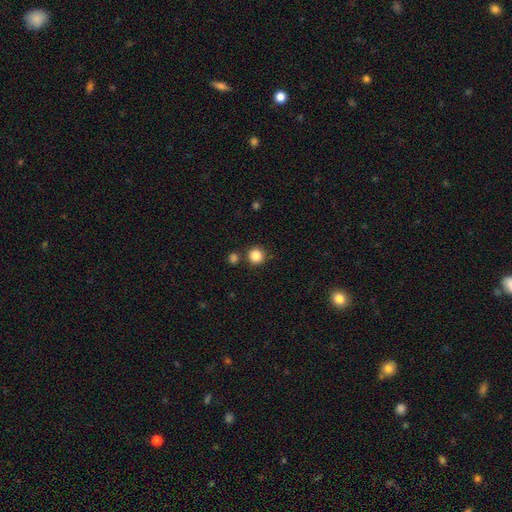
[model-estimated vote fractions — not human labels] smooth-or-featured: smooth: 85% | star or artifact: 11% | featured or disk: 4%
  how-rounded: round: 94% | in between: 5% | cigar-shaped: 1%
  merging: none: 82% | merger: 8% | minor disturbance: 8% | major disturbance: 3%